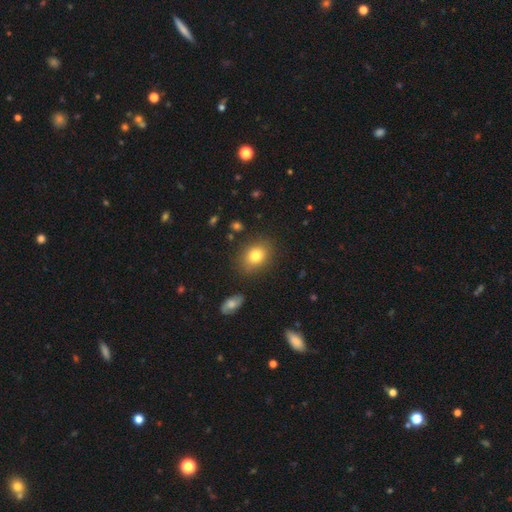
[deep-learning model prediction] Smooth or featured: smooth — 80% (star or artifact — 10%)
How rounded: in between — 59% (round — 40%)
Merging: none — 83% (minor disturbance — 11%)